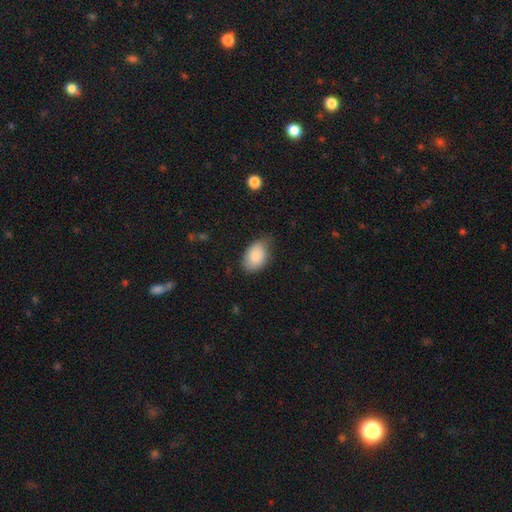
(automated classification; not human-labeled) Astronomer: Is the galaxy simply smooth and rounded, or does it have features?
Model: smooth — 85%.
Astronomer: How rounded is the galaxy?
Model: in between — 88%.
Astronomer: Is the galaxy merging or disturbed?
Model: none — 65%.